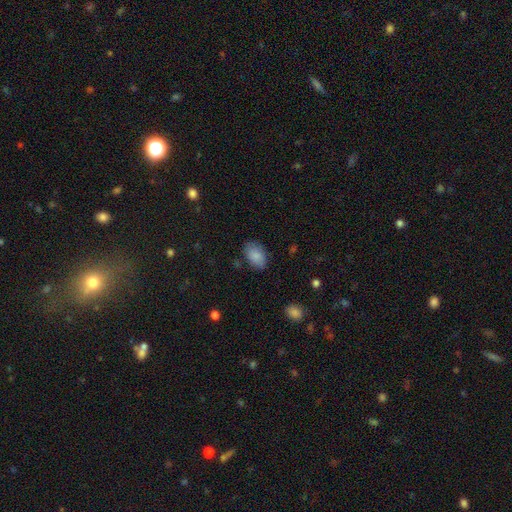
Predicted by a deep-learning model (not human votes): Smooth or featured? smooth (86%)
How rounded? in between (89%)
Merging? none (80%)